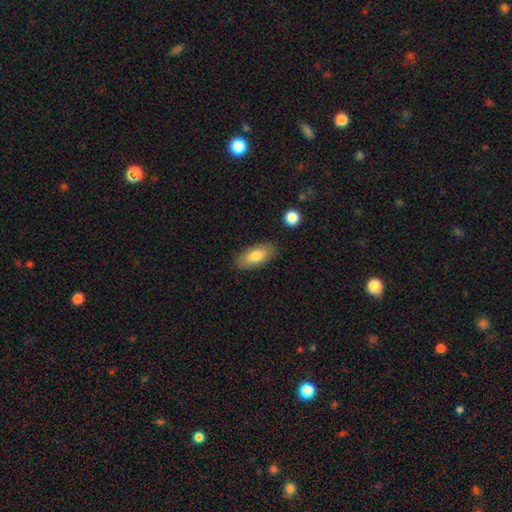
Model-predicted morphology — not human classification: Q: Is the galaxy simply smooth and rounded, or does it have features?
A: smooth — 78%.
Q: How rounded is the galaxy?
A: in between — 88%.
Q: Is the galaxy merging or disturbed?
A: none — 85%.